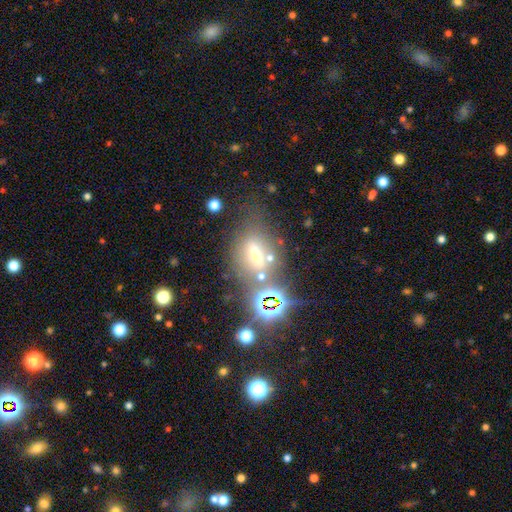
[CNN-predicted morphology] Smooth or featured? smooth (35%)
Merging? none (54%)